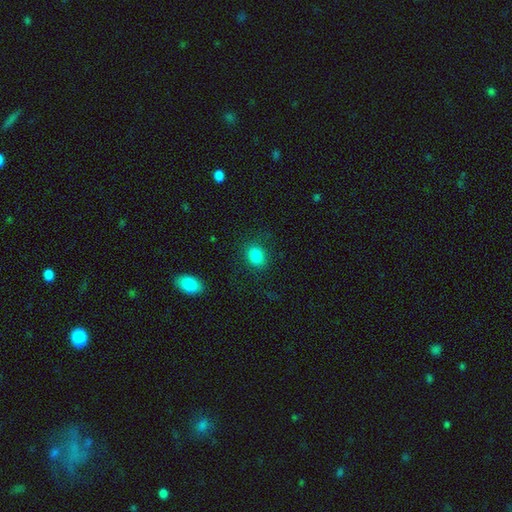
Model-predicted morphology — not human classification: This is clearly a smooth galaxy (85%). How rounded: possibly round (53%). Merging: clearly none (83%).